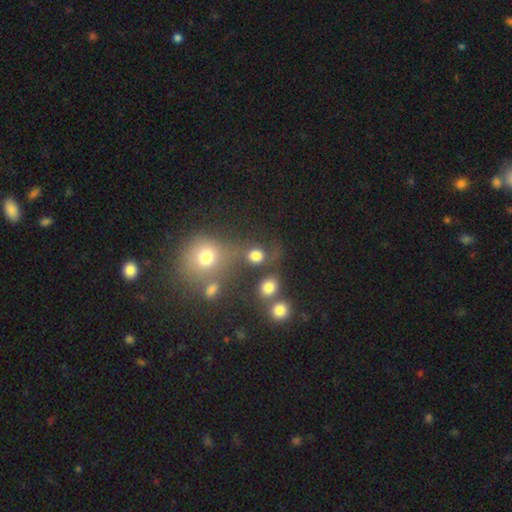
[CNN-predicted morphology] smooth 75%, star or artifact 14%, featured or disk 11%. Down the decision tree: how rounded — round (76%); merging — none (48%).